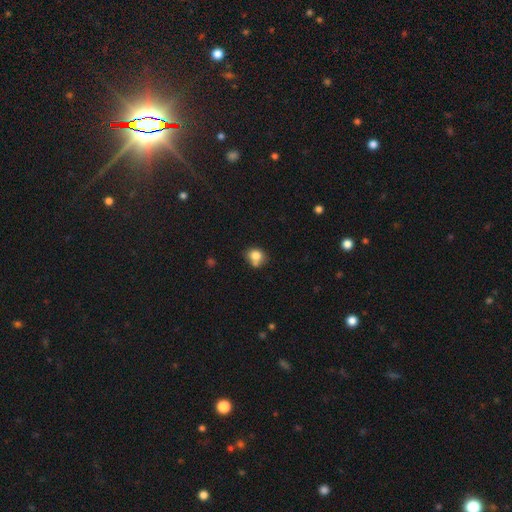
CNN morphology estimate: The model was most divided on "merging": none: 55%, merger: 21%, minor disturbance: 18%, major disturbance: 5%. More confident: smooth or featured — smooth (79%); how rounded — round (70%).